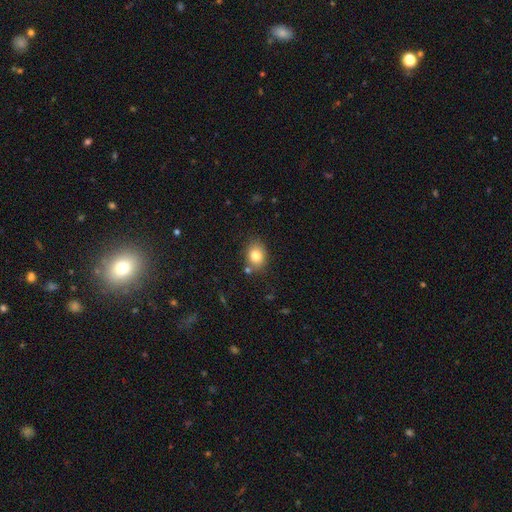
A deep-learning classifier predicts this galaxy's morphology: Smooth or featured?
  - smooth: 81% *
  - star or artifact: 10%
  - featured or disk: 9%
How rounded?
  - in between: 56% *
  - round: 43%
  - cigar-shaped: 1%
Merging?
  - none: 78% *
  - minor disturbance: 13%
  - merger: 6%
  - major disturbance: 3%